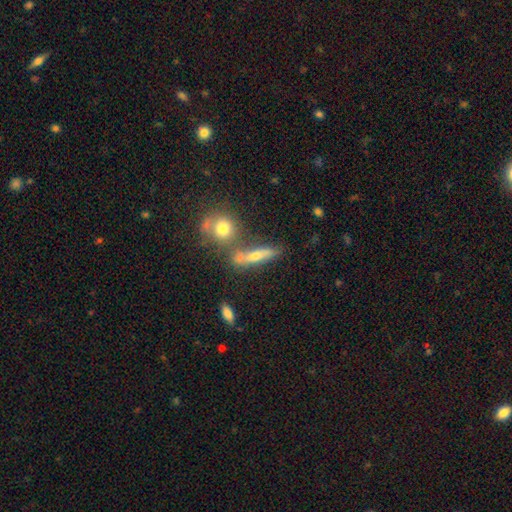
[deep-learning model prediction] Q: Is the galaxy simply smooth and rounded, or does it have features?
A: smooth — 53%.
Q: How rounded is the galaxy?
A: cigar-shaped — 67%.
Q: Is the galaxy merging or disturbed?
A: none — 61%.